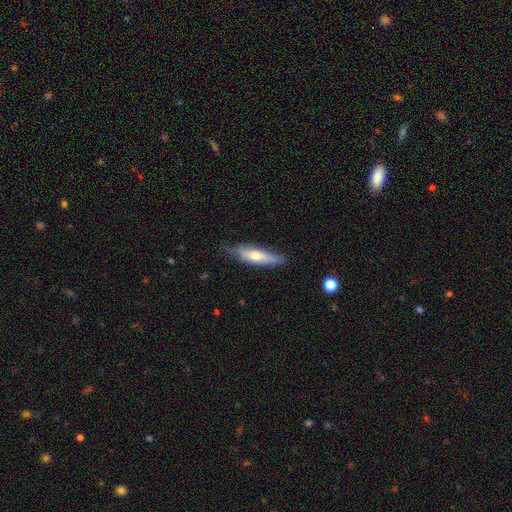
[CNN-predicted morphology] Smooth or featured?
  - smooth: 54% *
  - featured or disk: 40%
  - star or artifact: 6%
How rounded?
  - cigar-shaped: 68% *
  - in between: 30%
  - round: 2%
Merging?
  - none: 71% *
  - minor disturbance: 23%
  - major disturbance: 5%
  - merger: 2%